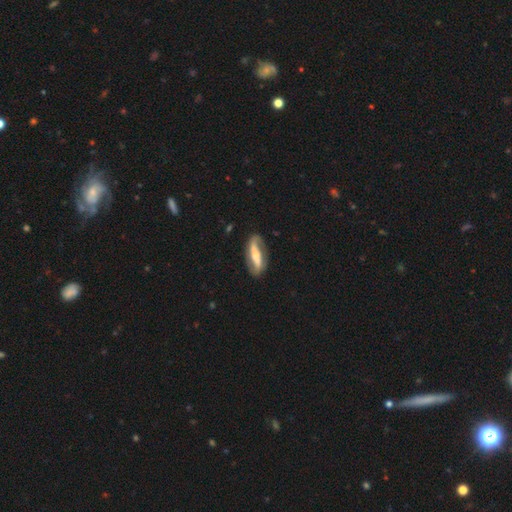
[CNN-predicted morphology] Overall: featured or disk (79%). Edge-on disk: no (83%). Bar: strong (63%). Spiral arms: yes (86%). Spiral arm count: 2 (88%). Spiral winding: loose (53%; medium 29%). Bulge size: moderate (58%; small 32%). Merging: none (79%).